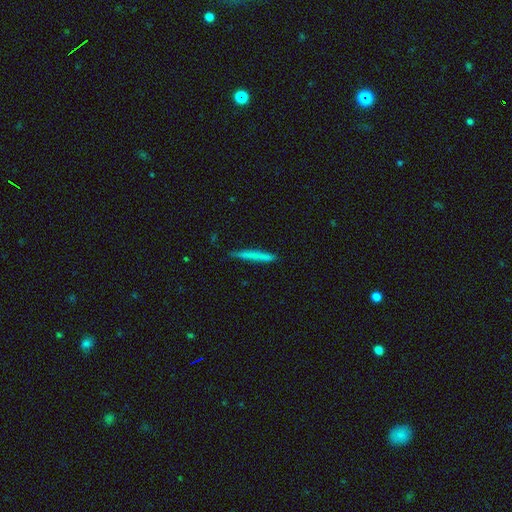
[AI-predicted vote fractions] Smooth or featured: smooth — 71% (featured or disk — 23%)
How rounded: cigar-shaped — 96% (in between — 2%)
Merging: none — 86% (minor disturbance — 11%)